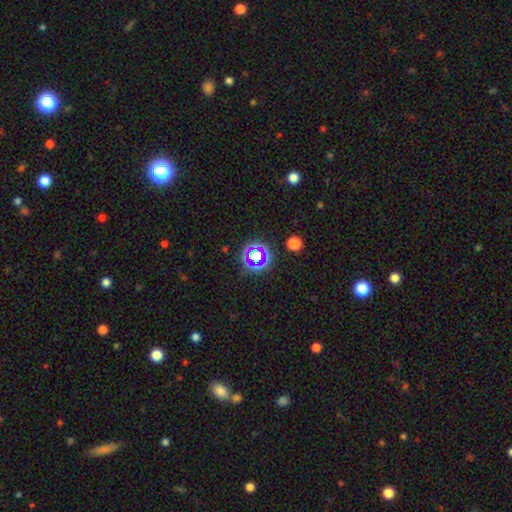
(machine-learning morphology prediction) smooth-or-featured: star or artifact: 57% | smooth: 30% | featured or disk: 14%